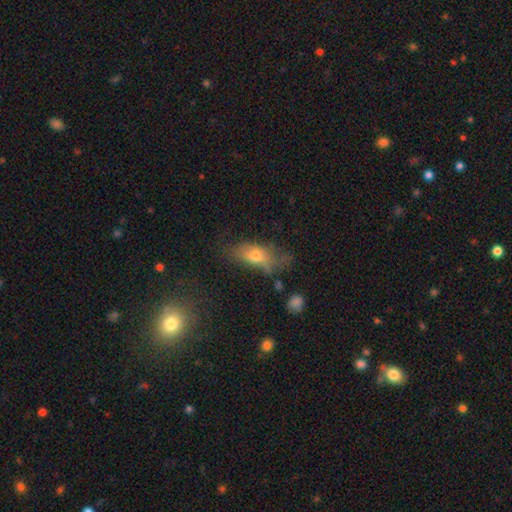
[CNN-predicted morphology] Overall: smooth (64%). How rounded: in between (80%). Merging: none (42%; minor disturbance 29%).